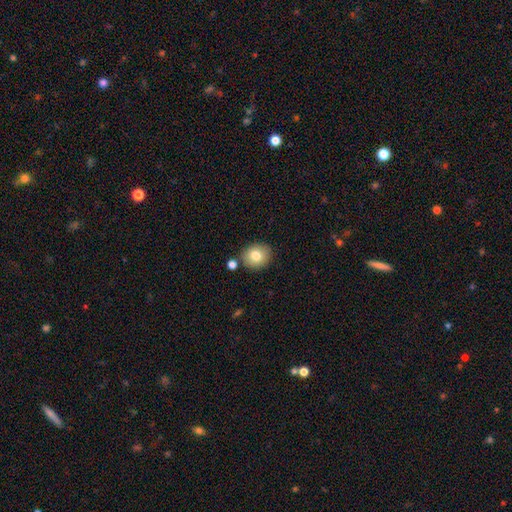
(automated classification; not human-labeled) Overall: smooth (80%). How rounded: round (72%). Merging: none (81%).